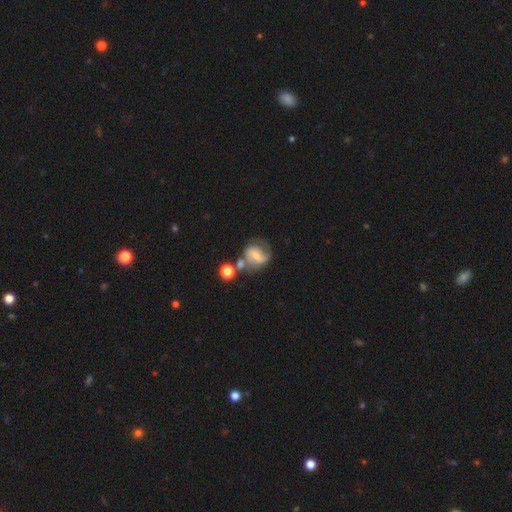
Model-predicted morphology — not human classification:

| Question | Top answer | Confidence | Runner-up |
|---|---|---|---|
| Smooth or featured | featured or disk | 72% | smooth (20%) |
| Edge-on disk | no | 98% | yes (2%) |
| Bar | weak | 43% | no (40%) |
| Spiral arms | yes | 92% | no (8%) |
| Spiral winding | medium | 49% | loose (28%) |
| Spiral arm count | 2 | 77% | 1 (10%) |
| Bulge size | small | 52% | moderate (37%) |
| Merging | none | 47% | merger (20%) |